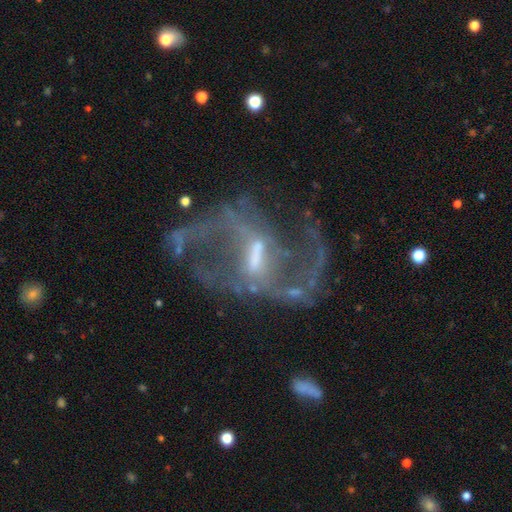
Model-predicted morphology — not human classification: A featured or disk galaxy (87%) with a strong bar (52%), 2 (85%) loose (67%) spiral arms (83%) and a small central bulge (38%). Merging: none (49%).